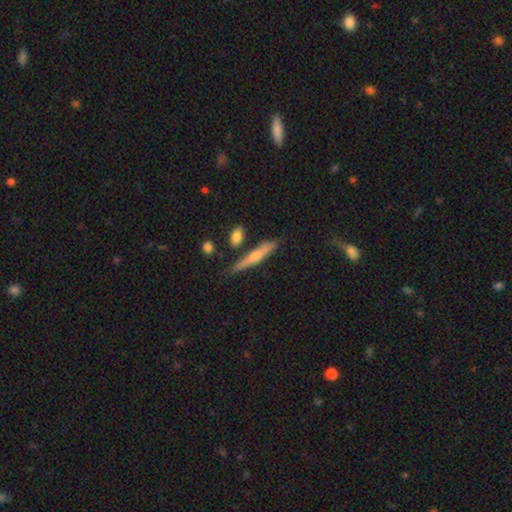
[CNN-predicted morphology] smooth-or-featured: featured or disk: 48% | smooth: 46% | star or artifact: 7%
  merging: none: 77% | minor disturbance: 13% | merger: 7% | major disturbance: 3%